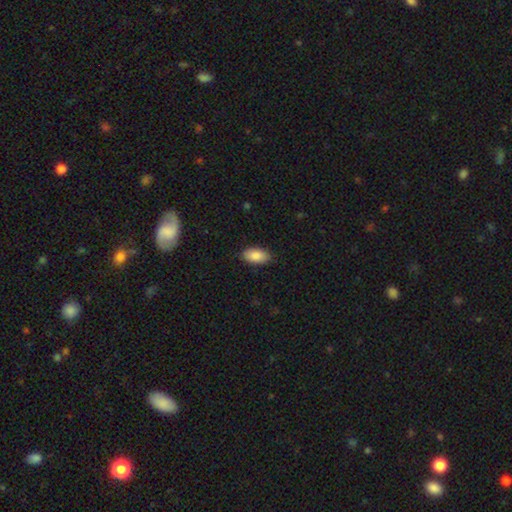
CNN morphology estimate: type=smooth (88%); roundness=in between (94%); merging=none (87%).